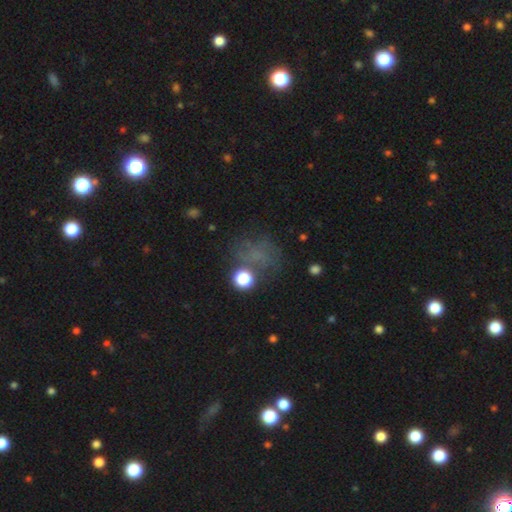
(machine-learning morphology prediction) The model was most divided on "smooth or featured": smooth: 46%, star or artifact: 36%, featured or disk: 18%. More confident: merging — none (55%).